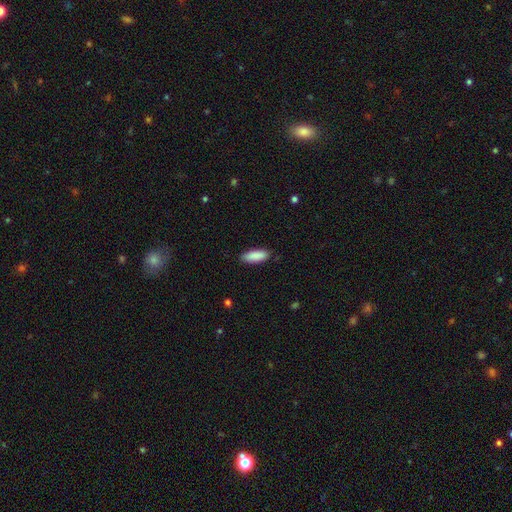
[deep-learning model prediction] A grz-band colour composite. It shows a smooth galaxy with no disk features (90%) that is in between round and cigar-shaped (68%). Merging: none (87%).